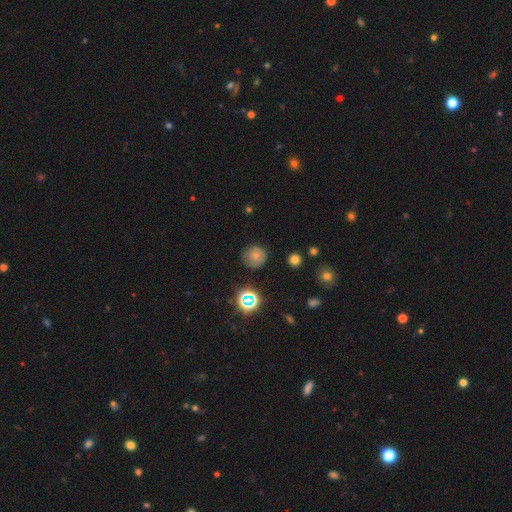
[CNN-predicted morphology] type=smooth (71%); roundness=round (92%); merging=none (80%).